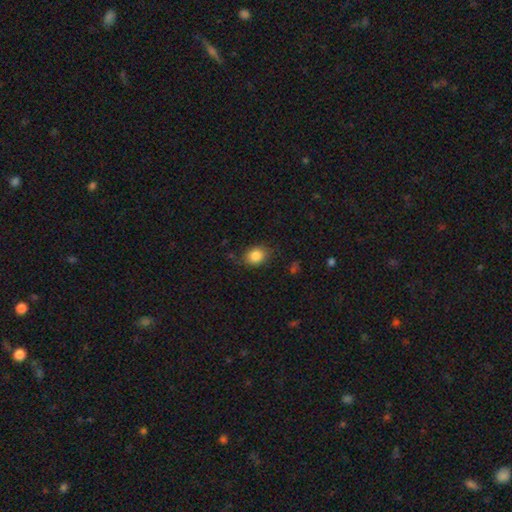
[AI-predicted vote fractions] Morphology: type=smooth (84%); roundness=in between (56%); merging=none (75%).